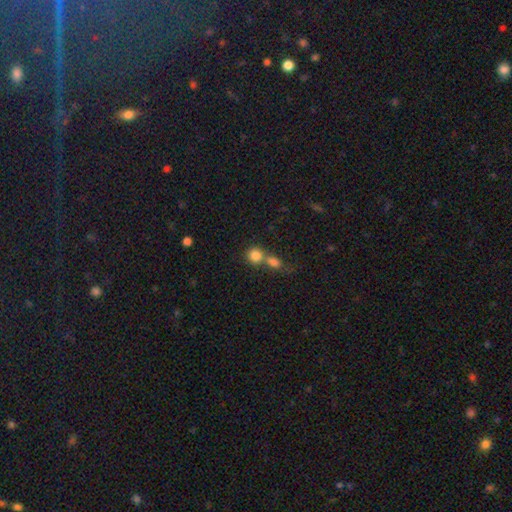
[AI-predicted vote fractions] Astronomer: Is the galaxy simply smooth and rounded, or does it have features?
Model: smooth — 81%.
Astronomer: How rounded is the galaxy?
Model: round — 85%.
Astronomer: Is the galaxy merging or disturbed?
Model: merger — 51% (runner-up: none, 39%).